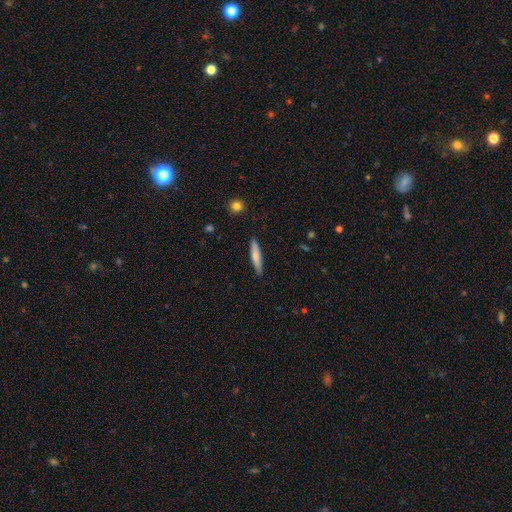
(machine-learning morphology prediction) smooth-or-featured: smooth: 72% | featured or disk: 23% | star or artifact: 6%
  how-rounded: cigar-shaped: 89% | in between: 9% | round: 1%
  merging: none: 87% | minor disturbance: 10% | major disturbance: 2% | merger: 1%